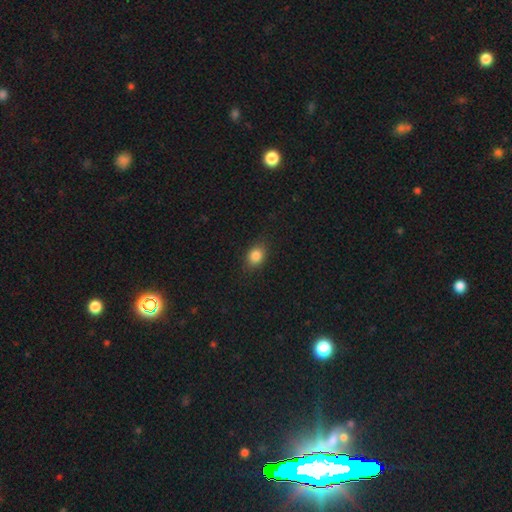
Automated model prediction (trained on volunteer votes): The model was most divided on "how rounded": in between: 61%, round: 37%, cigar-shaped: 2%. More confident: smooth or featured — smooth (84%); merging — none (83%).